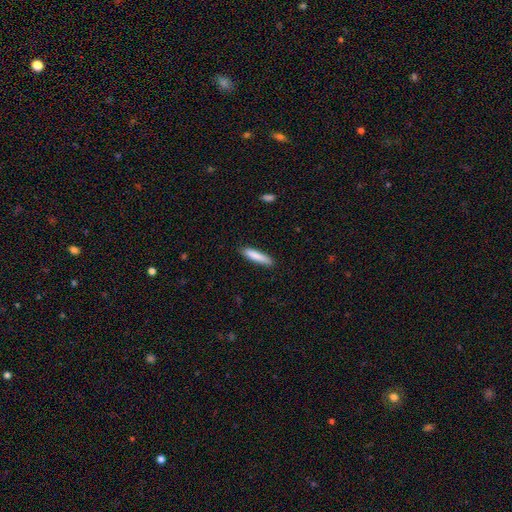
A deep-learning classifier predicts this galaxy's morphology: Smooth or featured? Predicted: smooth (p=0.85). How rounded? Predicted: cigar-shaped (p=0.85). Merging? Predicted: none (p=0.88).